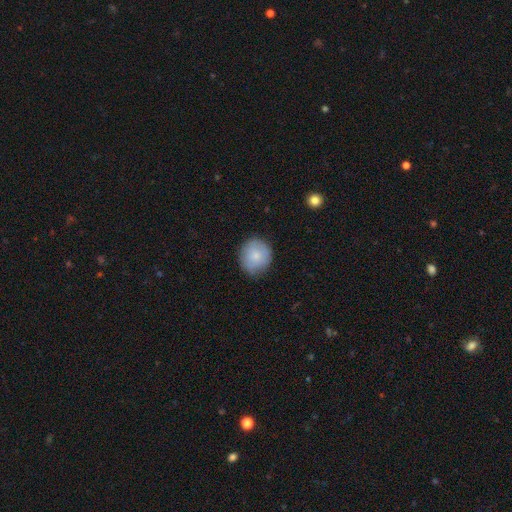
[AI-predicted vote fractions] smooth 79%, featured or disk 14%, star or artifact 7%. Down the decision tree: how rounded — round (87%); merging — none (79%).